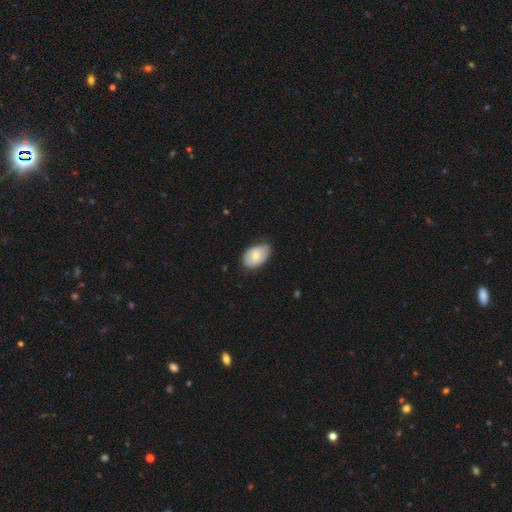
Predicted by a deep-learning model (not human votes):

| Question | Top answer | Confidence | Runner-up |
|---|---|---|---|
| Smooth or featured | smooth | 69% | featured or disk (25%) |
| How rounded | in between | 87% | round (12%) |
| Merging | none | 65% | minor disturbance (30%) |